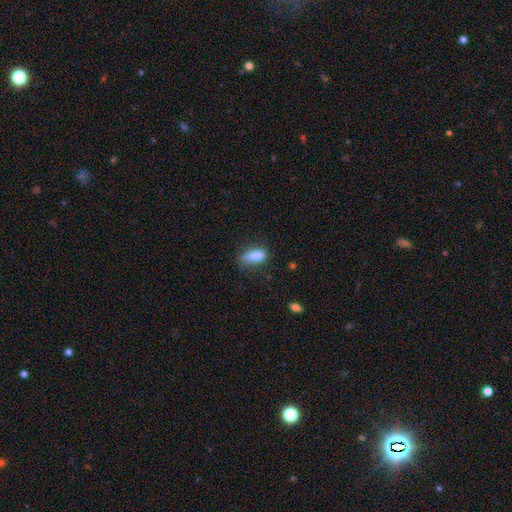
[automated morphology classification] A smooth galaxy with no disk features (81%) that is in between round and cigar-shaped (78%). Merging: none (50%).